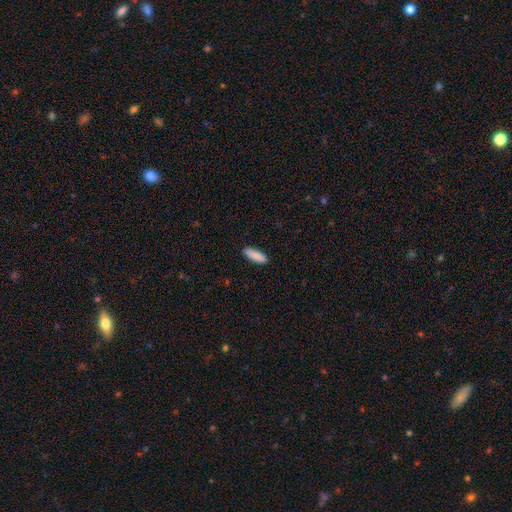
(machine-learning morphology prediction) Smooth or featured?
  - smooth: 89% *
  - star or artifact: 6%
  - featured or disk: 5%
How rounded?
  - in between: 52% *
  - cigar-shaped: 47%
  - round: 2%
Merging?
  - none: 90% *
  - minor disturbance: 8%
  - major disturbance: 2%
  - merger: 1%